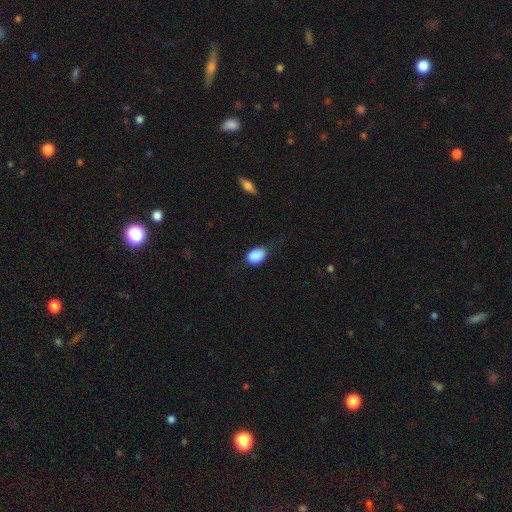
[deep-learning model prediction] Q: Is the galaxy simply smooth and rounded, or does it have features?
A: smooth — 88%.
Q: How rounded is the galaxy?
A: in between — 82%.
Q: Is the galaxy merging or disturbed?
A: none — 66%.